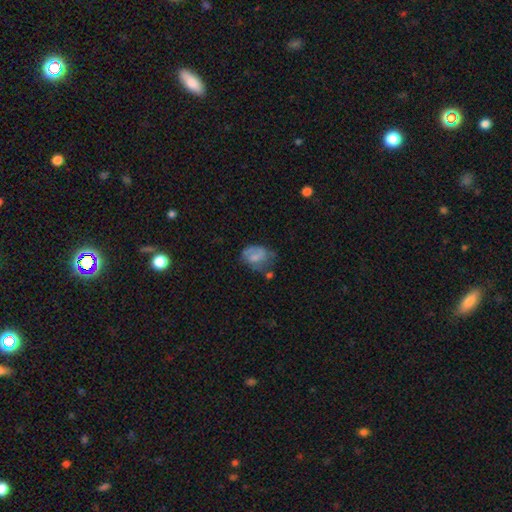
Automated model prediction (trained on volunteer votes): Smooth or featured: smooth — 53% (featured or disk — 37%)
How rounded: in between — 67% (round — 32%)
Merging: none — 35% (minor disturbance — 31%)